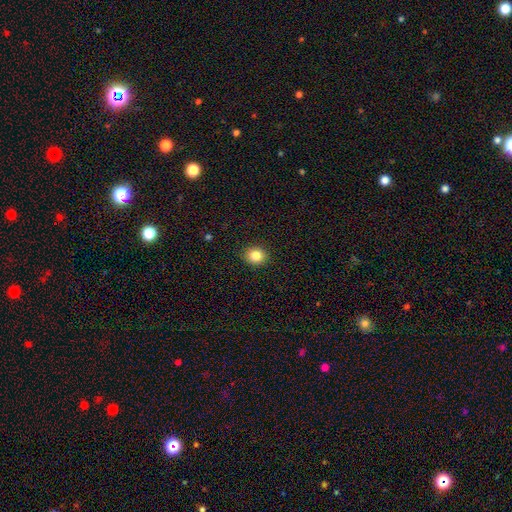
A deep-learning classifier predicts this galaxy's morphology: This is clearly a smooth galaxy (84%). How rounded: likely round (70%). Merging: clearly none (90%).